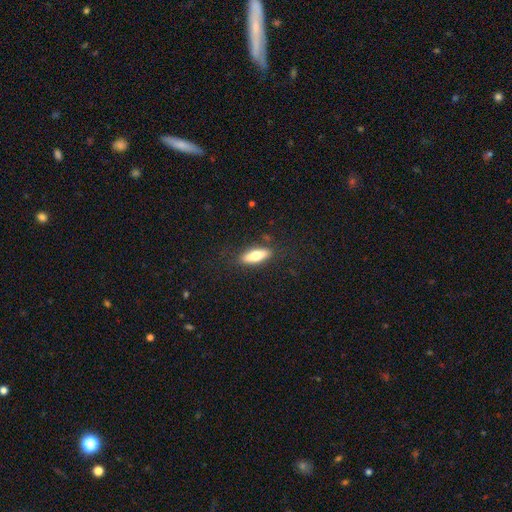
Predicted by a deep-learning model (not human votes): Smooth or featured: smooth — 68% (featured or disk — 26%)
How rounded: in between — 56% (cigar-shaped — 42%)
Merging: none — 85% (minor disturbance — 11%)